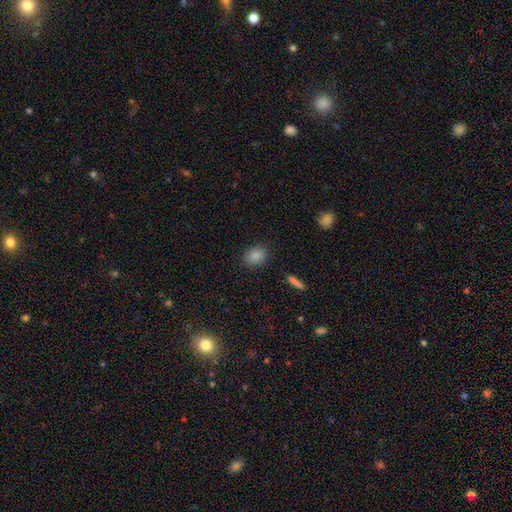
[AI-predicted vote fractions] smooth-or-featured: smooth: 86% | star or artifact: 10% | featured or disk: 5%
  how-rounded: in between: 64% | round: 35% | cigar-shaped: 2%
  merging: none: 87% | minor disturbance: 9% | major disturbance: 3% | merger: 2%